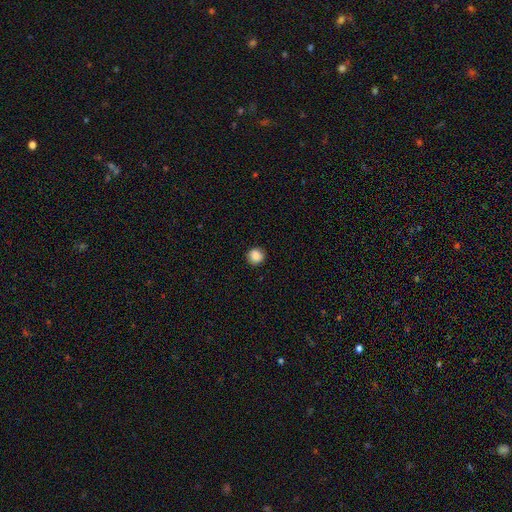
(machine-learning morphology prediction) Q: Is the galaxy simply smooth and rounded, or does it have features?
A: smooth — 87%.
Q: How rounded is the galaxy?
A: round — 93%.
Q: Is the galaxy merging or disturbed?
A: none — 89%.